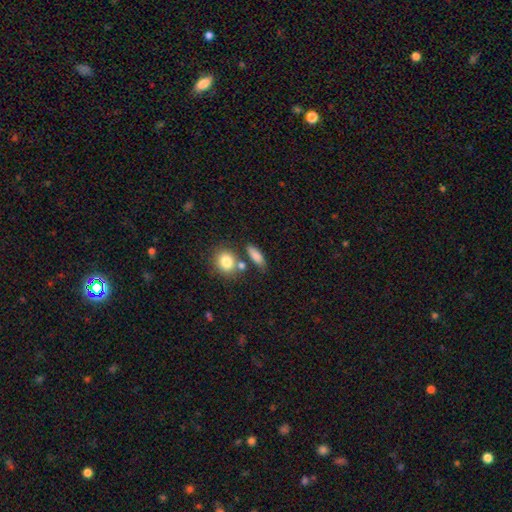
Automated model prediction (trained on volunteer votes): This appears to be a smooth galaxy with no disk features (83%) that is in between round and cigar-shaped (58%). Merging: none (68%).